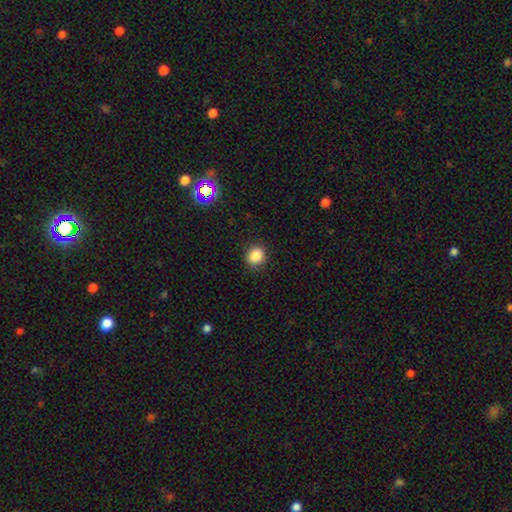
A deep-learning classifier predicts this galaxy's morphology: type=smooth (86%); roundness=round (66%); merging=none (89%).